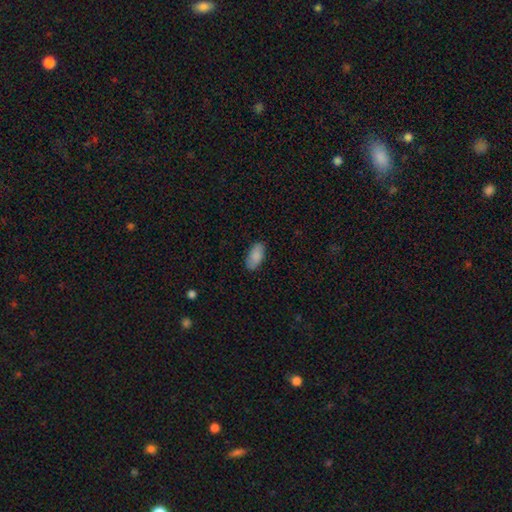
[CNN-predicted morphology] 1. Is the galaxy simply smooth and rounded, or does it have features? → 85% smooth, 8% featured or disk, 7% star or artifact.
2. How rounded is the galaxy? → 91% in between, 6% cigar-shaped, 2% round.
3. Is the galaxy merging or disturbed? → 85% none, 12% minor disturbance, 2% major disturbance, 1% merger.